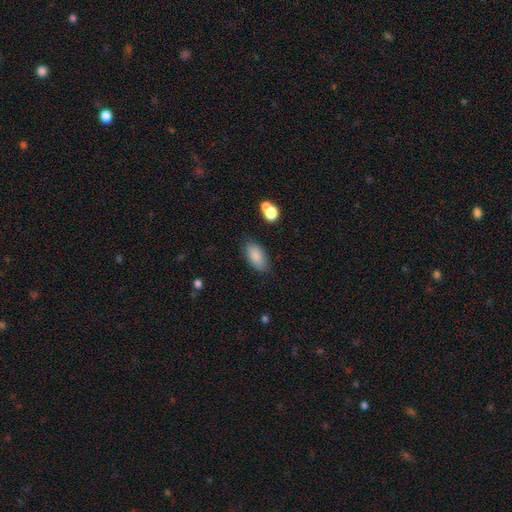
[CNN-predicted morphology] smooth_or_featured: smooth (p=0.86) [alt: star or artifact p=0.07]
how_rounded: in between (p=0.91) [alt: cigar-shaped p=0.05]
merging: none (p=0.82) [alt: minor disturbance p=0.12]